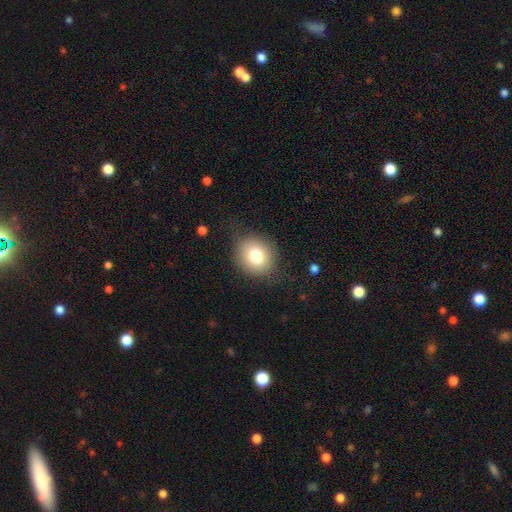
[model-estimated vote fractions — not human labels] Q: Smooth or featured?
A: smooth (77%); runner-up: featured or disk (12%)
Q: How rounded?
A: round (82%); runner-up: in between (17%)
Q: Merging?
A: none (79%); runner-up: minor disturbance (14%)